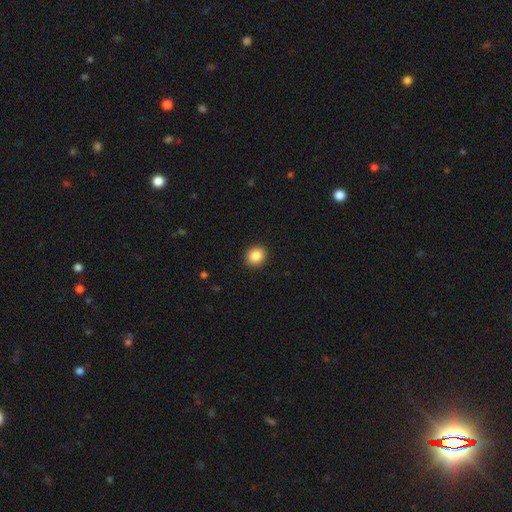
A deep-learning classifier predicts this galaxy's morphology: This is clearly a smooth galaxy (87%). How rounded: likely round (77%). Merging: clearly none (91%).